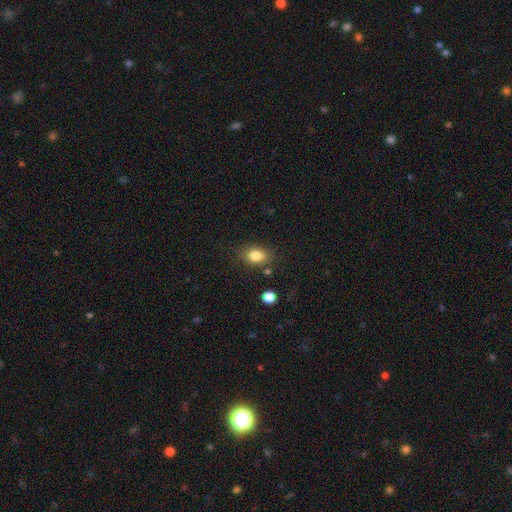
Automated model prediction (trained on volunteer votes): smooth 83%, star or artifact 10%, featured or disk 8%. Down the decision tree: how rounded — in between (76%); merging — none (78%).